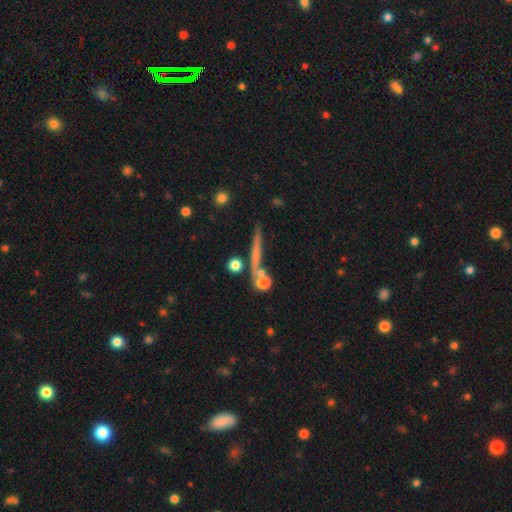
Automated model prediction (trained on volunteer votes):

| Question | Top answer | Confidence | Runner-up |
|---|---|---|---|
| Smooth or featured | featured or disk | 46% | smooth (42%) |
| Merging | none | 76% | minor disturbance (11%) |